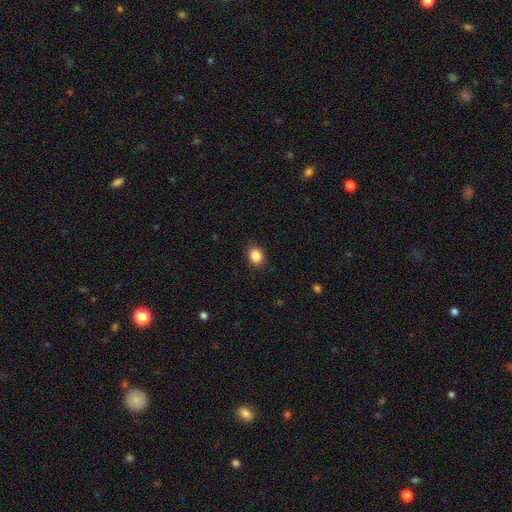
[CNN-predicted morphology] This appears to be a smooth galaxy with no disk features (88%) that is round (52%). Merging: none (88%).